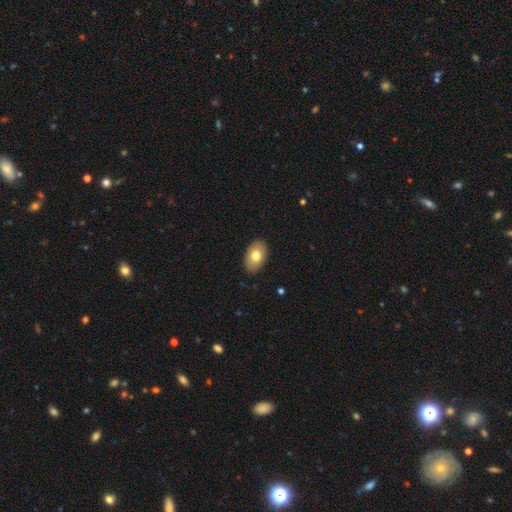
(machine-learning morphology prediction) Smooth or featured? Predicted: smooth (p=0.78). How rounded? Predicted: in between (p=0.91). Merging? Predicted: none (p=0.88).